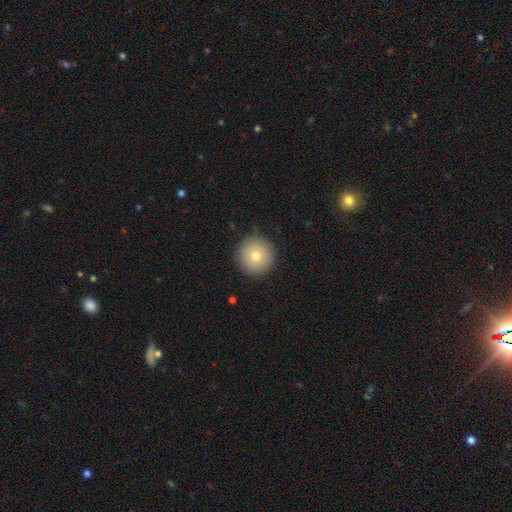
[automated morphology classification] The model was most divided on "smooth or featured": smooth: 75%, featured or disk: 15%, star or artifact: 10%. More confident: how rounded — round (96%); merging — none (90%).